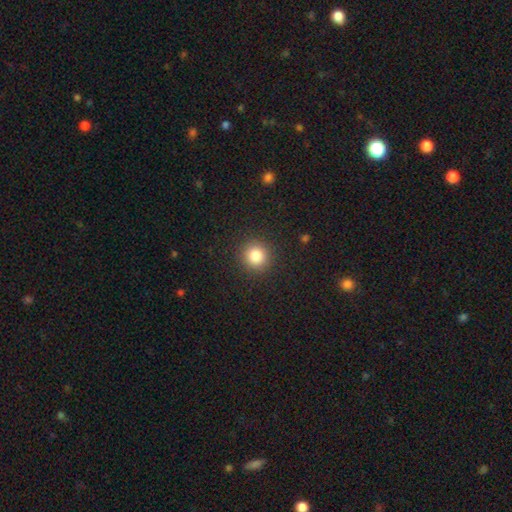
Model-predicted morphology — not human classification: The model was most divided on "smooth or featured": smooth: 84%, star or artifact: 11%, featured or disk: 5%. More confident: how rounded — round (94%); merging — none (91%).